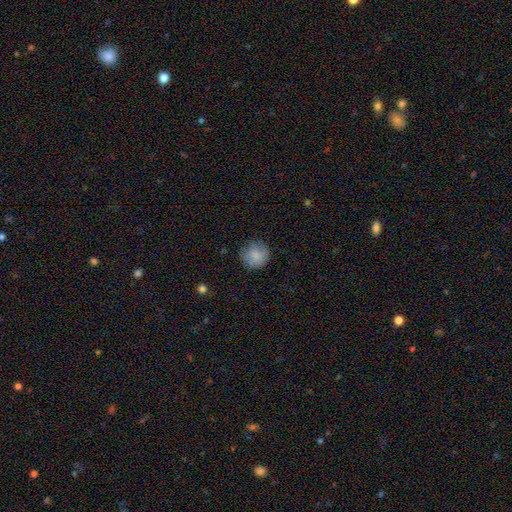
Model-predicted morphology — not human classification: This appears to be a smooth galaxy with no disk features (83%) that is round (92%). Merging: none (77%).